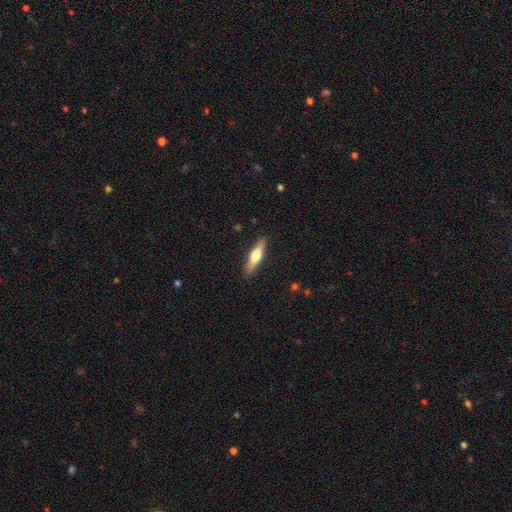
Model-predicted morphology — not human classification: type=smooth (54%); roundness=cigar-shaped (69%); merging=none (88%).